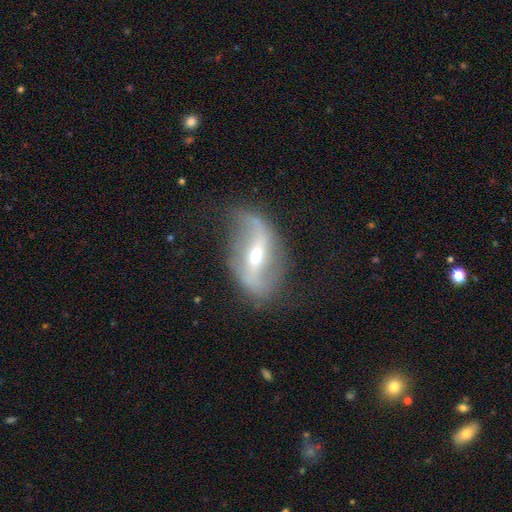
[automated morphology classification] Smooth or featured? featured or disk (84%)
Edge-on disk? no (93%)
Bar? strong (52%)
Spiral arms? yes (89%)
Spiral winding? loose (80%)
Spiral arm count? 2 (88%)
Bulge size? moderate (50%)
Merging? none (67%)